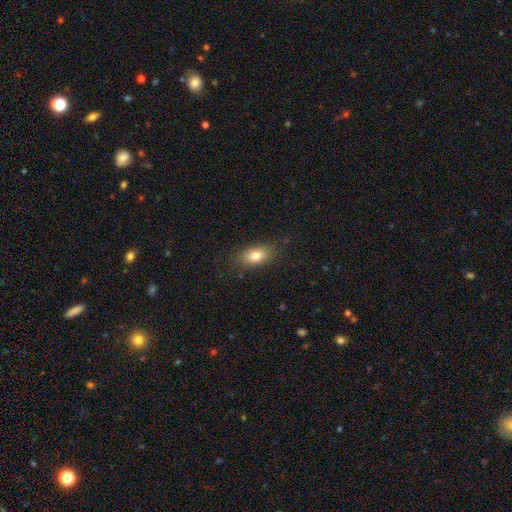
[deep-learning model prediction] Smooth or featured? smooth (79%)
How rounded? in between (84%)
Merging? none (81%)